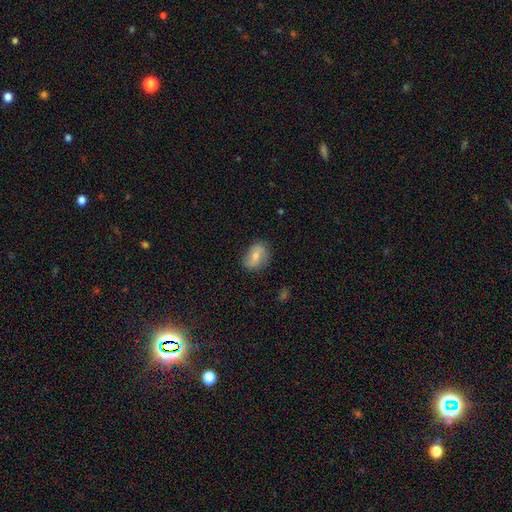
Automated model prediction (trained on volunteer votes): smooth-or-featured: smooth: 59% | featured or disk: 34% | star or artifact: 7%
  how-rounded: in between: 74% | round: 24% | cigar-shaped: 2%
  merging: none: 75% | minor disturbance: 19% | major disturbance: 5% | merger: 1%